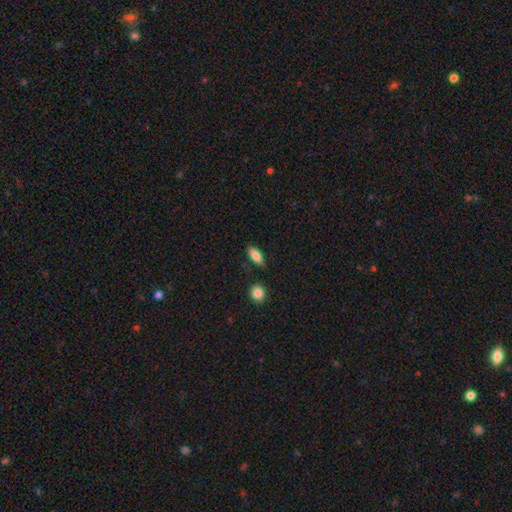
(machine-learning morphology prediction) Overall: smooth (82%). How rounded: in between (82%). Merging: none (84%).